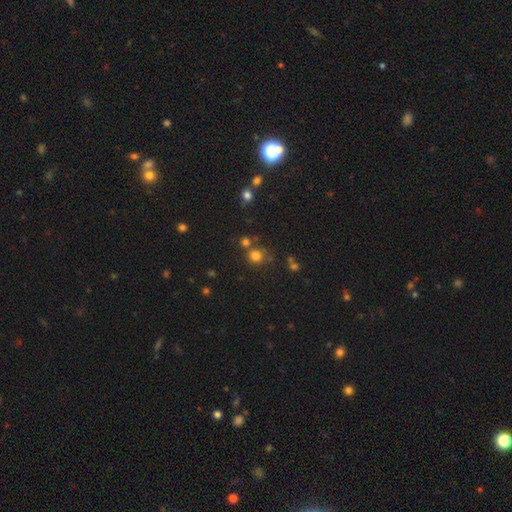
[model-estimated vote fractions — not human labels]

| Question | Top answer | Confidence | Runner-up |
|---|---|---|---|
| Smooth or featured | smooth | 76% | star or artifact (17%) |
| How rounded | round | 87% | in between (12%) |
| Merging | none | 66% | merger (18%) |